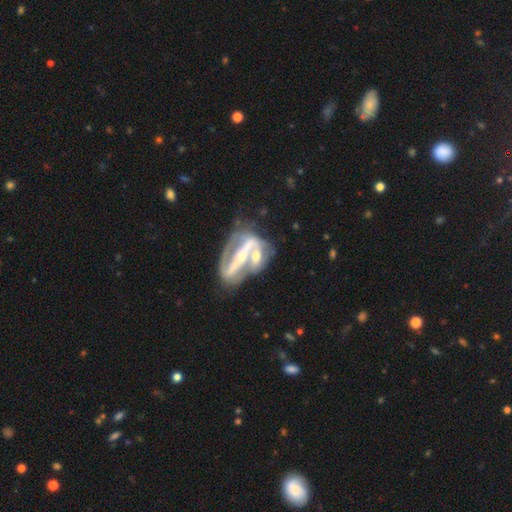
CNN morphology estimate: Smooth or featured? Predicted: featured or disk (p=0.81). Edge-on disk? Predicted: no (p=0.83). Bar? Predicted: strong (p=0.68). Spiral arms? Predicted: yes (p=0.59). Bulge size? Predicted: moderate (p=0.54). Merging? Predicted: merger (p=0.51).